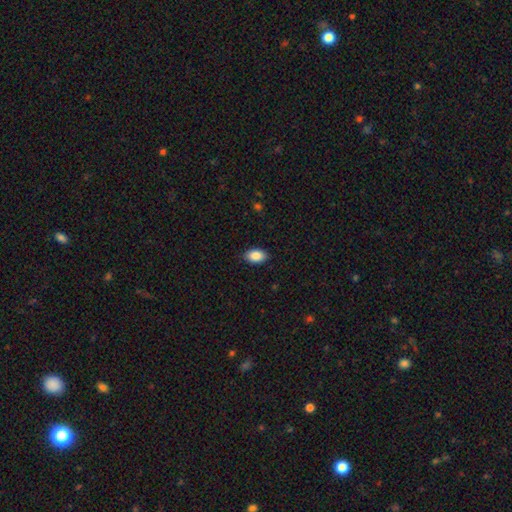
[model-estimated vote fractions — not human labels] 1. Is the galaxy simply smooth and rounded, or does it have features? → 88% smooth, 7% star or artifact, 4% featured or disk.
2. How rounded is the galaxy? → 91% in between, 7% round, 1% cigar-shaped.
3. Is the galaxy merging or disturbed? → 89% none, 8% minor disturbance, 2% major disturbance, 1% merger.